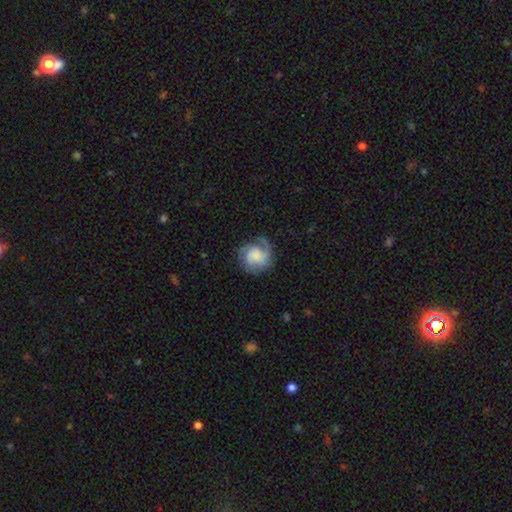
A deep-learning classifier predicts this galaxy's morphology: Smooth or featured: featured or disk — 67% (smooth — 26%)
Edge-on disk: no — 98% (yes — 2%)
Bar: no — 69% (weak — 27%)
Spiral arms: yes — 93% (no — 7%)
Spiral winding: medium — 41% (tight — 39%)
Spiral arm count: 2 — 29% (3 — 22%)
Bulge size: none — 32% (small — 24%)
Merging: none — 65% (minor disturbance — 19%)